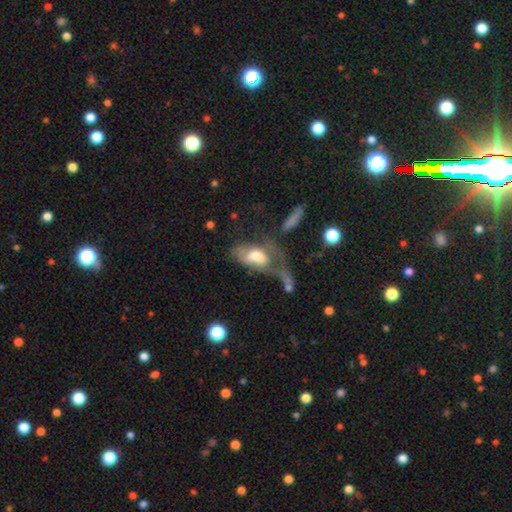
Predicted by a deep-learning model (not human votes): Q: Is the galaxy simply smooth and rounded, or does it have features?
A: smooth — 48%.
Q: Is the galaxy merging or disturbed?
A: major disturbance — 54%.